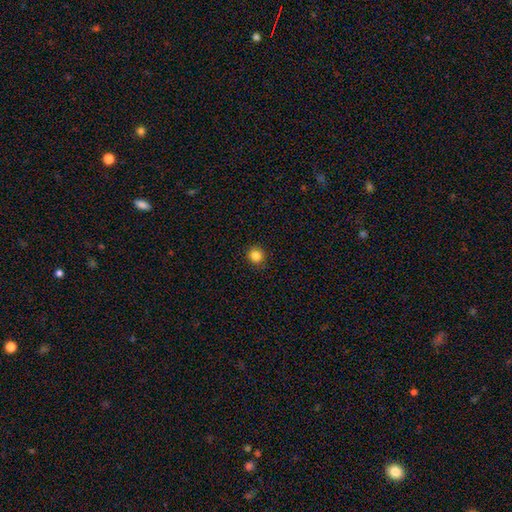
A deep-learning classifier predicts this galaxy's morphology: A smooth galaxy with no disk features (85%) that is round (89%).

Vote fractions:
- Smooth or featured? smooth: 85% / star or artifact: 12% / featured or disk: 3%
- How rounded? round: 89% / in between: 10% / cigar-shaped: 1%
- Merging? none: 89% / minor disturbance: 7% / major disturbance: 2% / merger: 1%